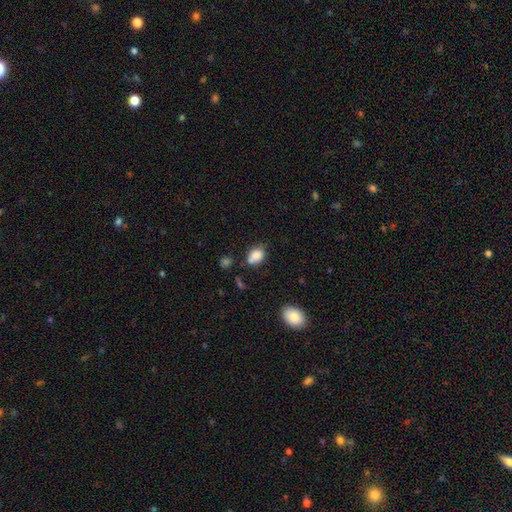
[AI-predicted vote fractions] Smooth or featured?
  - smooth: 85% *
  - star or artifact: 9%
  - featured or disk: 6%
How rounded?
  - in between: 80% *
  - round: 19%
  - cigar-shaped: 2%
Merging?
  - none: 59% *
  - minor disturbance: 27%
  - merger: 7%
  - major disturbance: 6%